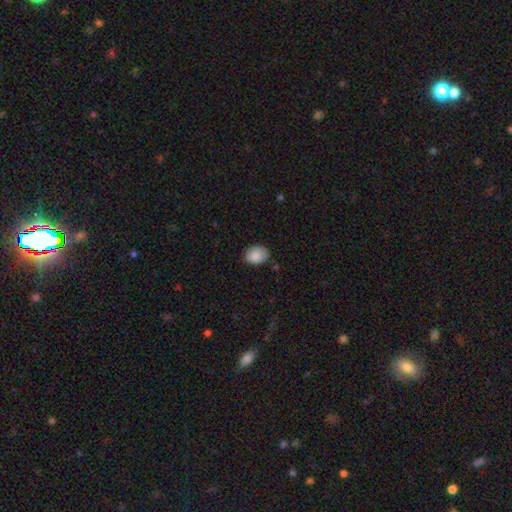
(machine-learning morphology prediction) Smooth or featured: smooth — 86% (star or artifact — 7%)
How rounded: in between — 67% (round — 32%)
Merging: none — 70% (minor disturbance — 24%)